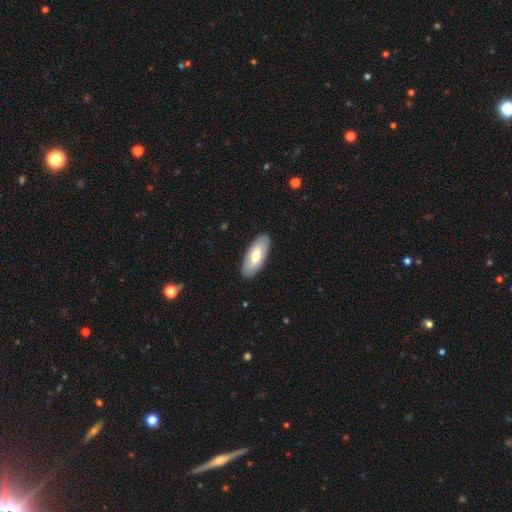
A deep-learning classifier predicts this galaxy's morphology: This appears to be a smooth galaxy with no disk features (64%) that is in between round and cigar-shaped (86%). Merging: none (88%).